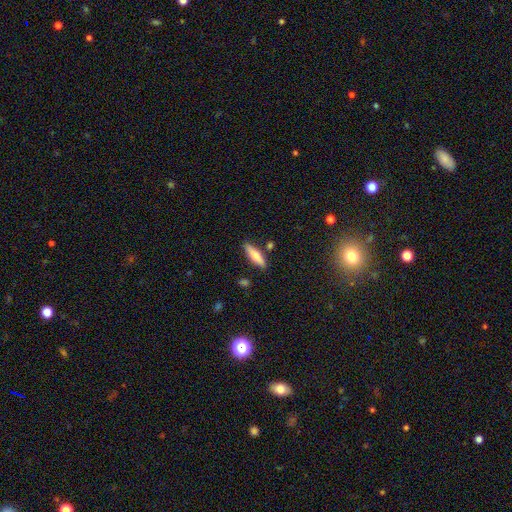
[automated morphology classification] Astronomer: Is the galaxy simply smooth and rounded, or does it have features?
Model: smooth — 63%.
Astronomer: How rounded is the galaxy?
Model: cigar-shaped — 66%.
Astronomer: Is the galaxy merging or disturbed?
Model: none — 83%.